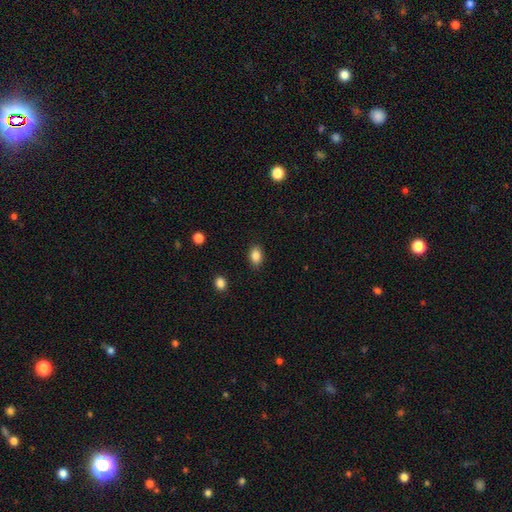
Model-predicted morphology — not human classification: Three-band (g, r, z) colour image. It shows a smooth galaxy with no disk features (86%) that is in between round and cigar-shaped (82%). Merging: none (88%).